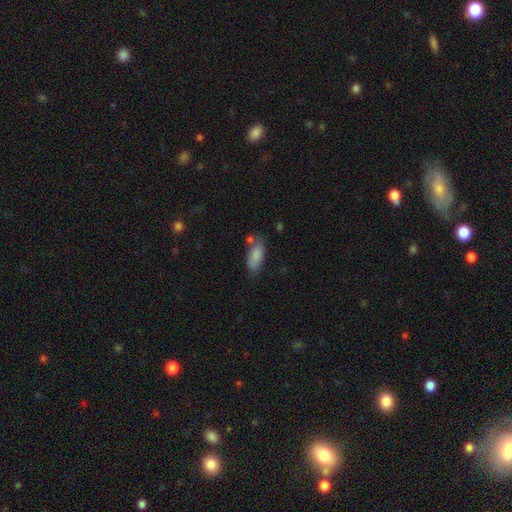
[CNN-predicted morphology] Overall: smooth (83%). How rounded: in between (80%). Merging: none (58%; minor disturbance 23%).